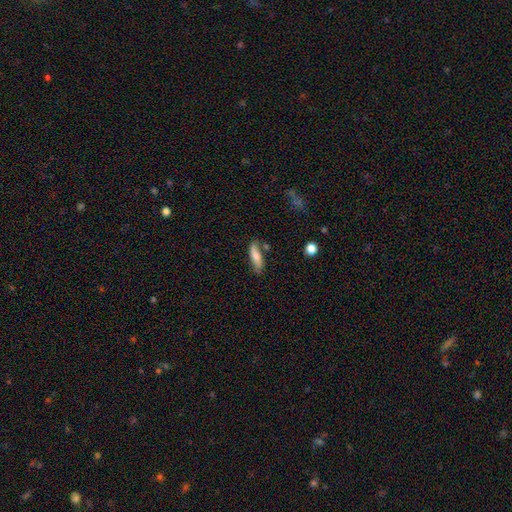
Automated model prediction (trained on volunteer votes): Overall: smooth (70%). How rounded: cigar-shaped (52%; in between 45%). Merging: none (71%).